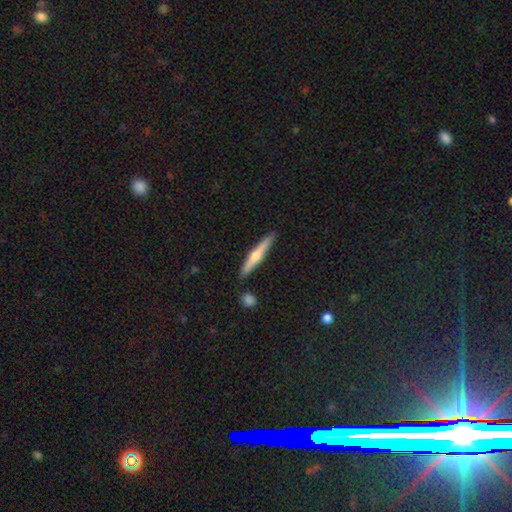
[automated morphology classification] A featured or disk galaxy (58%) viewed edge-on (97%) with a rounded central bulge (88%).

Vote fractions:
- Smooth or featured? featured or disk: 58% / smooth: 36% / star or artifact: 6%
- Edge-on disk? yes: 97% / no: 3%
- Edge-on bulge? rounded: 88% / none: 8% / boxy: 4%
- Merging? none: 88% / minor disturbance: 7% / merger: 3% / major disturbance: 2%